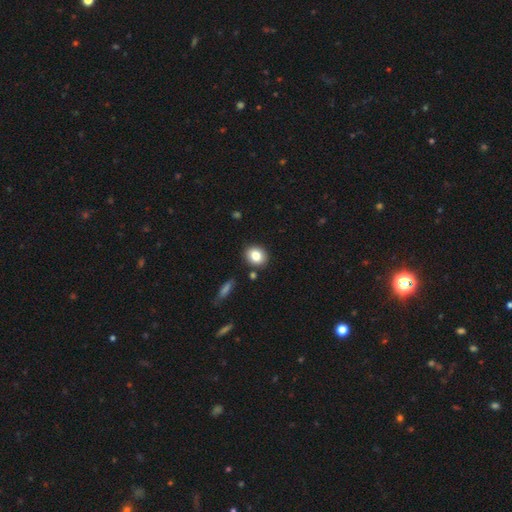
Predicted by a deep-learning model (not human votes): Morphology: type=smooth (81%); roundness=round (61%); merging=none (86%).